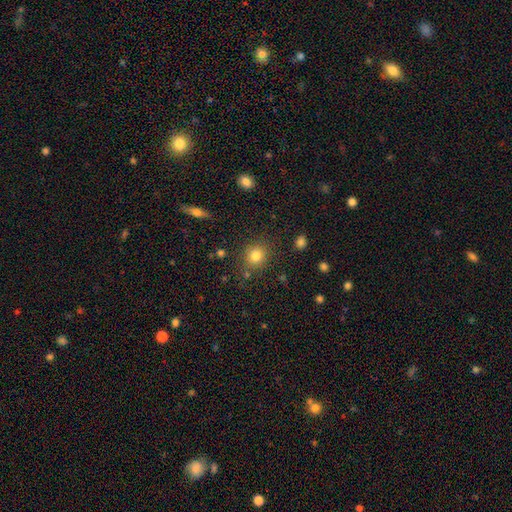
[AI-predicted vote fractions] This appears to be a smooth galaxy with no disk features (81%) that is round (83%). Merging: none (83%).